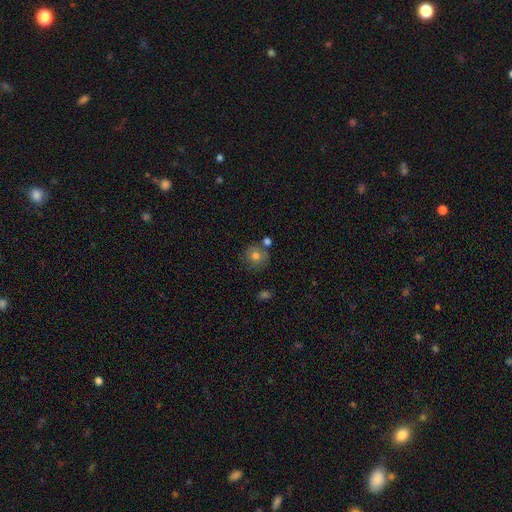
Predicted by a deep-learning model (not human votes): Smooth or featured: smooth — 71% (featured or disk — 18%)
How rounded: round — 88% (in between — 11%)
Merging: none — 68% (minor disturbance — 15%)